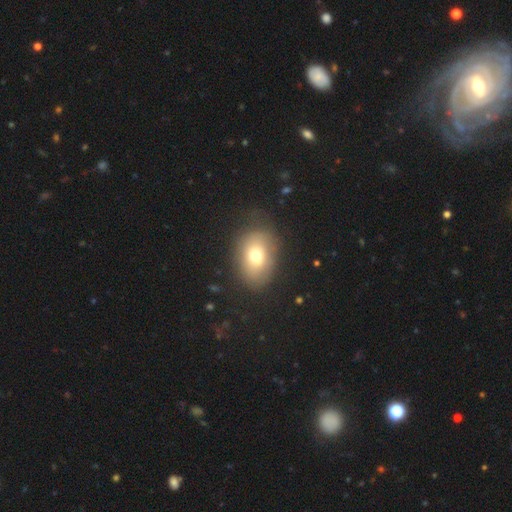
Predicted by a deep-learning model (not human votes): Morphology: type=smooth (69%); roundness=in between (74%); merging=none (72%).